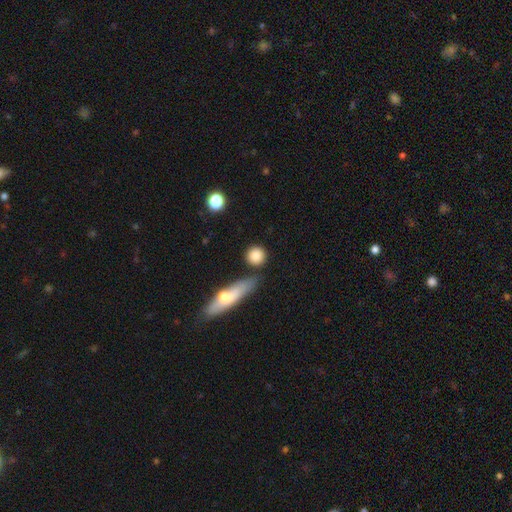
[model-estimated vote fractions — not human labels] This appears to be a smooth galaxy with no disk features (84%) that is round (87%). Merging: none (76%).